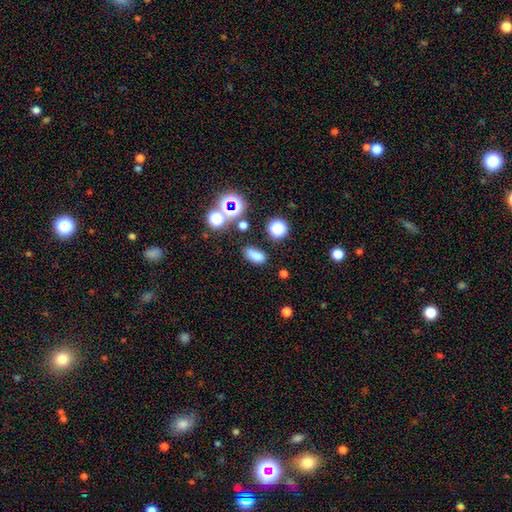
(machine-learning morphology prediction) type=smooth (76%); roundness=in between (82%); merging=none (79%).